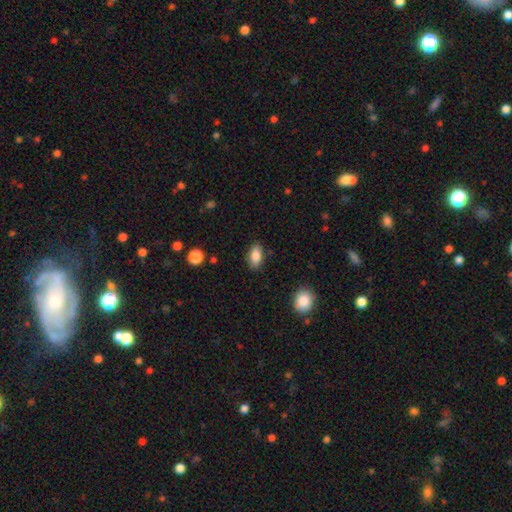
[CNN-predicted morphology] Smooth or featured: smooth — 85% (star or artifact — 8%)
How rounded: in between — 88% (cigar-shaped — 7%)
Merging: none — 86% (minor disturbance — 11%)